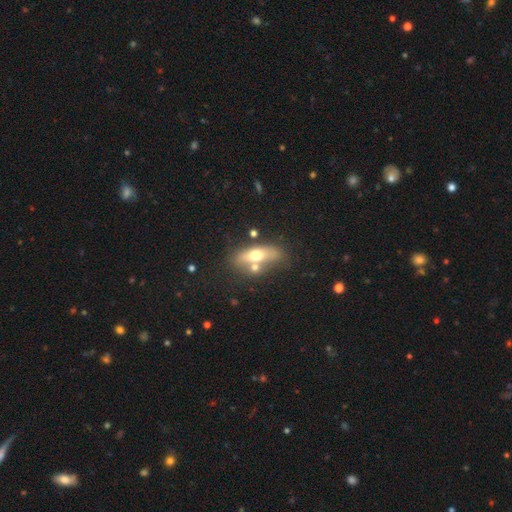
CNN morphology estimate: smooth-or-featured: smooth: 55% | featured or disk: 37% | star or artifact: 8%
  how-rounded: in between: 67% | cigar-shaped: 25% | round: 8%
  merging: none: 54% | merger: 24% | minor disturbance: 15% | major disturbance: 7%